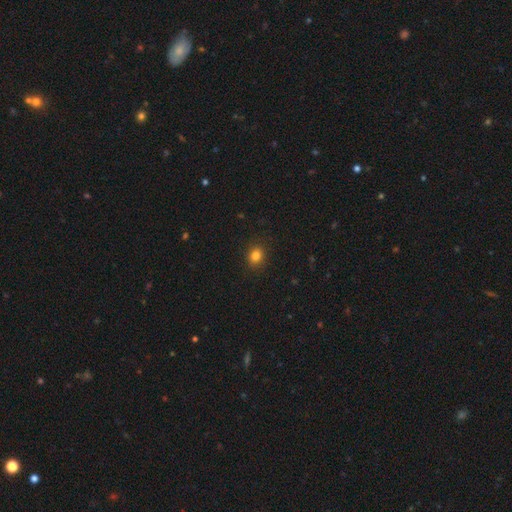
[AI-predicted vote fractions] The model was most divided on "how rounded": round: 67%, in between: 32%, cigar-shaped: 1%. More confident: merging — none (90%); smooth or featured — smooth (83%).